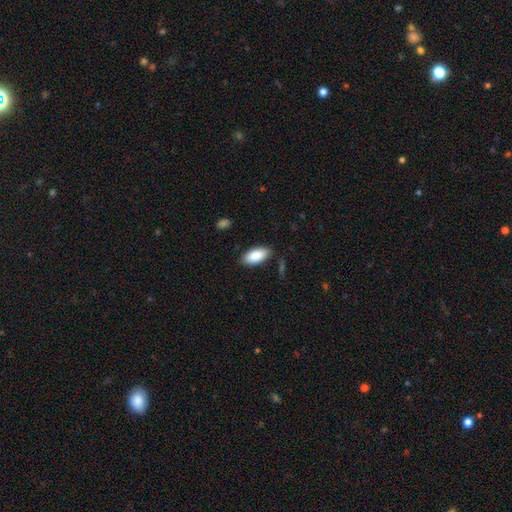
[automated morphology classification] Smooth or featured? smooth (89%)
How rounded? in between (91%)
Merging? none (86%)